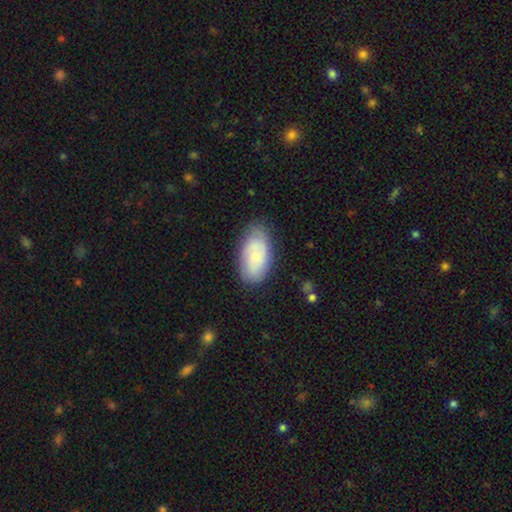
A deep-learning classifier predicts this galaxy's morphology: Q: Smooth or featured?
A: smooth (55%); runner-up: featured or disk (38%)
Q: How rounded?
A: in between (93%); runner-up: round (4%)
Q: Merging?
A: none (75%); runner-up: minor disturbance (19%)